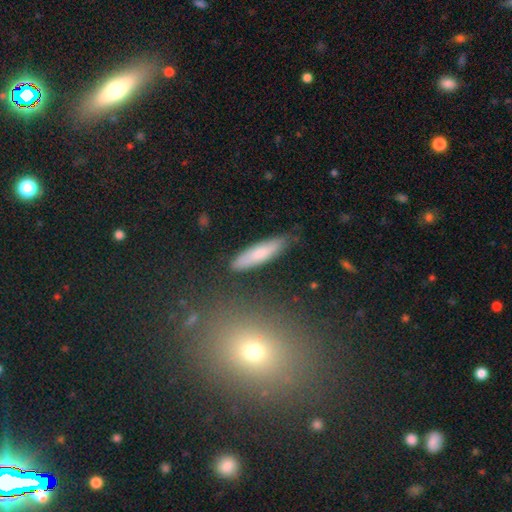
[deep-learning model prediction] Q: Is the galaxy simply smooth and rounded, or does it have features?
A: smooth — 74%.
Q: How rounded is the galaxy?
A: cigar-shaped — 76%.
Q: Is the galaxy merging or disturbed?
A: none — 82%.